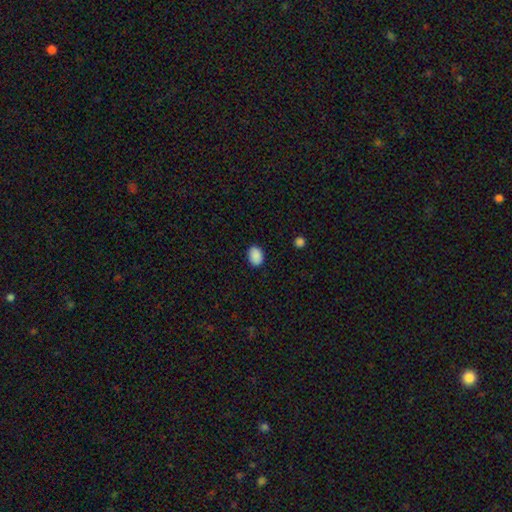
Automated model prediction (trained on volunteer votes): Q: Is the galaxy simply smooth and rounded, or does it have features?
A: smooth — 89%.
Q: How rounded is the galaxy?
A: in between — 73%.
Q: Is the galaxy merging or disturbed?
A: none — 86%.